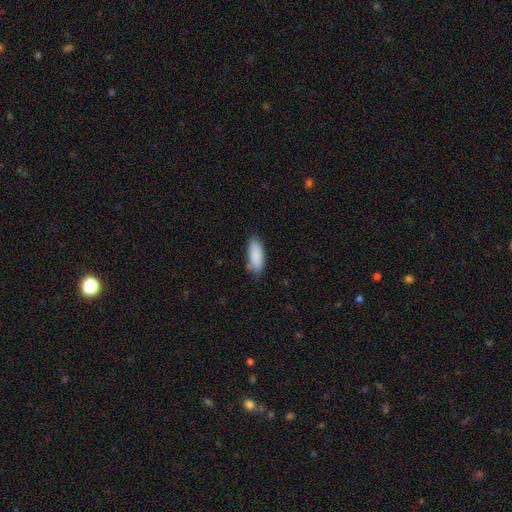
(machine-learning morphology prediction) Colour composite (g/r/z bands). It shows a smooth galaxy with no disk features (89%) that is in between round and cigar-shaped (76%). Merging: none (76%).